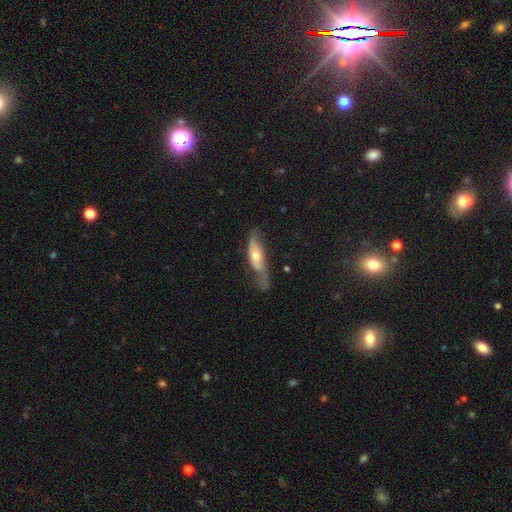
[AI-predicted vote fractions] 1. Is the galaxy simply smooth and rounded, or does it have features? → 54% featured or disk, 39% smooth, 7% star or artifact.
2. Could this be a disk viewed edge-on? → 52% no, 48% yes.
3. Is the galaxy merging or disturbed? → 44% none, 32% minor disturbance, 21% major disturbance, 3% merger.